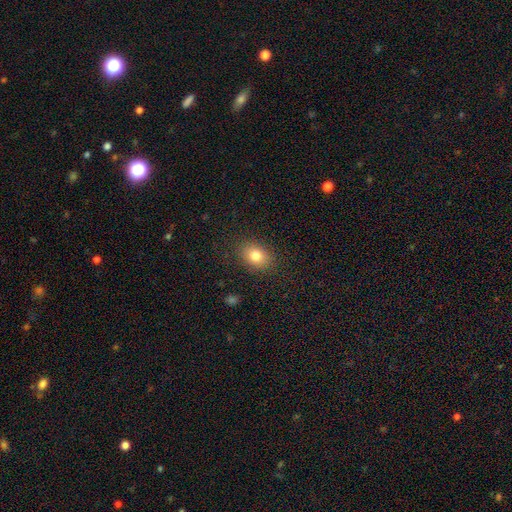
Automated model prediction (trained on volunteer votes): Smooth or featured? Predicted: smooth (p=0.81). How rounded? Predicted: in between (p=0.67). Merging? Predicted: none (p=0.86).